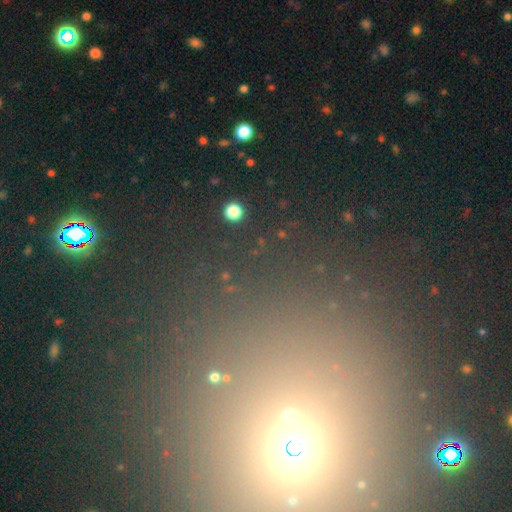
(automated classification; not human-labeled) Morphology: type=star or artifact (60%).